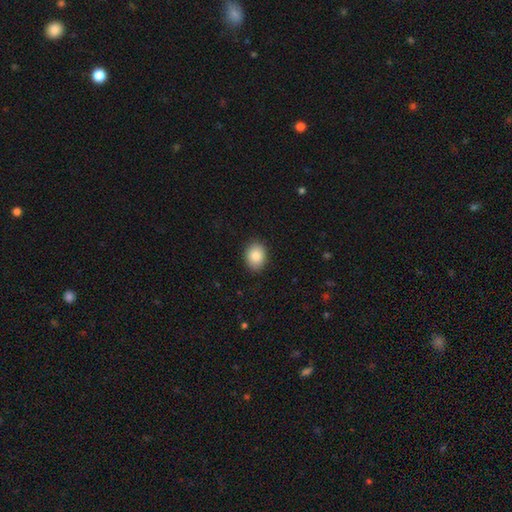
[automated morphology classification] The model was most divided on "how rounded": in between: 62%, round: 37%, cigar-shaped: 1%. More confident: merging — none (89%); smooth or featured — smooth (87%).